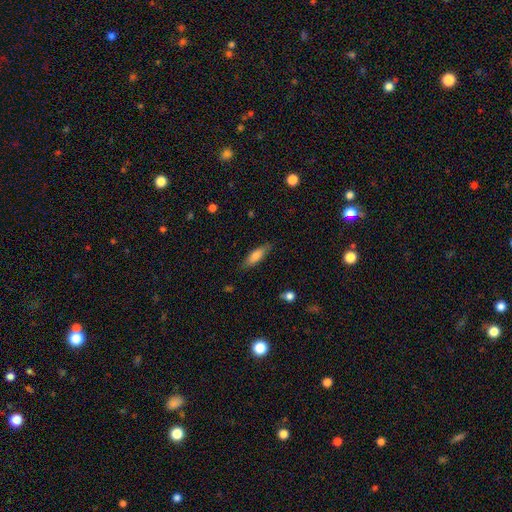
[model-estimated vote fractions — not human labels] Q: Smooth or featured?
A: smooth (78%); runner-up: featured or disk (16%)
Q: How rounded?
A: in between (57%); runner-up: cigar-shaped (41%)
Q: Merging?
A: none (79%); runner-up: minor disturbance (16%)